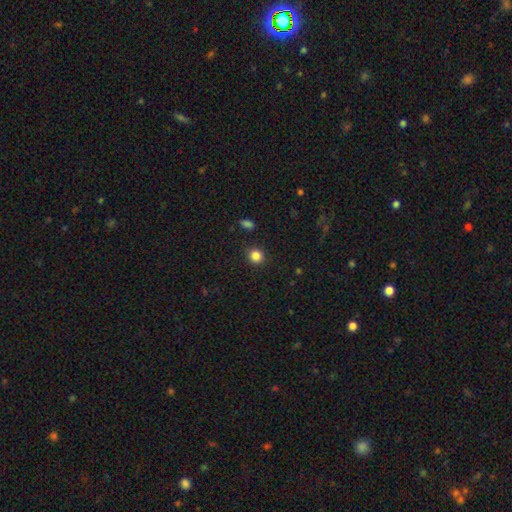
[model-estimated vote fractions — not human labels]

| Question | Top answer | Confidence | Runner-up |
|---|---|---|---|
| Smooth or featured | smooth | 85% | star or artifact (11%) |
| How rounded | round | 89% | in between (11%) |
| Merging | none | 90% | minor disturbance (6%) |